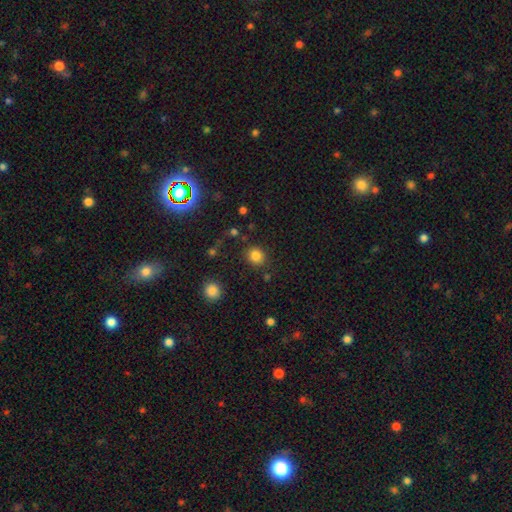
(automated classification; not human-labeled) This appears to be a smooth galaxy with no disk features (83%) that is round (76%). Merging: none (84%).